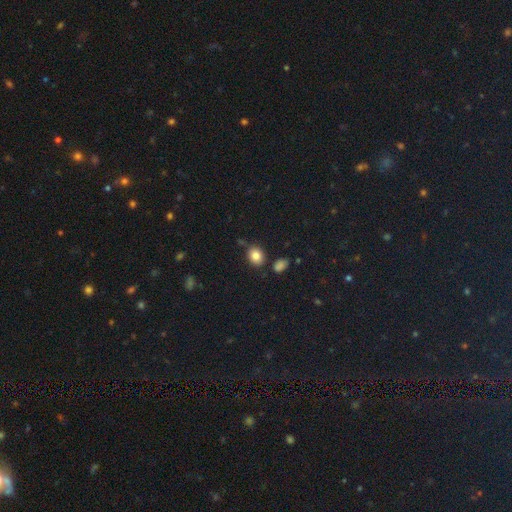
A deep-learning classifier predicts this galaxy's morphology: A smooth galaxy with no disk features (84%) that is in between round and cigar-shaped (51%).

Vote fractions:
- Smooth or featured? smooth: 84% / star or artifact: 10% / featured or disk: 6%
- How rounded? in between: 51% / round: 48% / cigar-shaped: 1%
- Merging? none: 77% / minor disturbance: 13% / merger: 8% / major disturbance: 3%